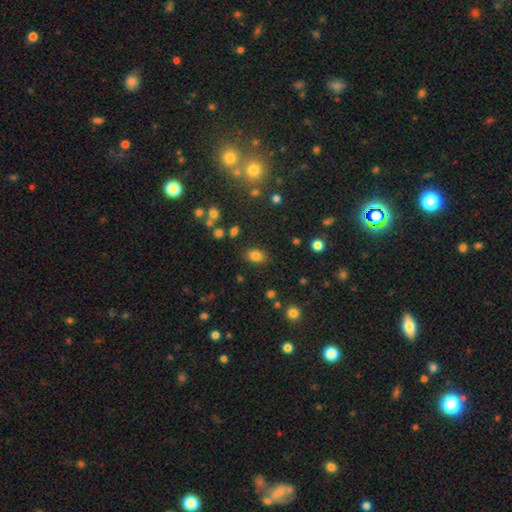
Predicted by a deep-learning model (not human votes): A smooth galaxy with no disk features (81%) that is in between round and cigar-shaped (79%). Merging: none (84%).